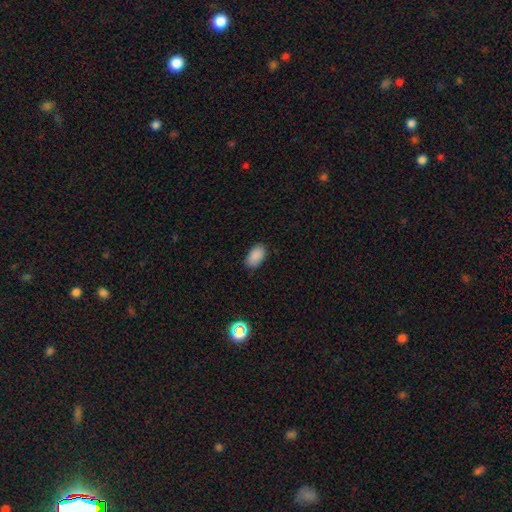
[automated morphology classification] A smooth galaxy with no disk features (88%) that is in between round and cigar-shaped (93%).

Vote fractions:
- Smooth or featured? smooth: 88% / star or artifact: 8% / featured or disk: 3%
- How rounded? in between: 93% / round: 5% / cigar-shaped: 1%
- Merging? none: 85% / minor disturbance: 11% / major disturbance: 2% / merger: 1%